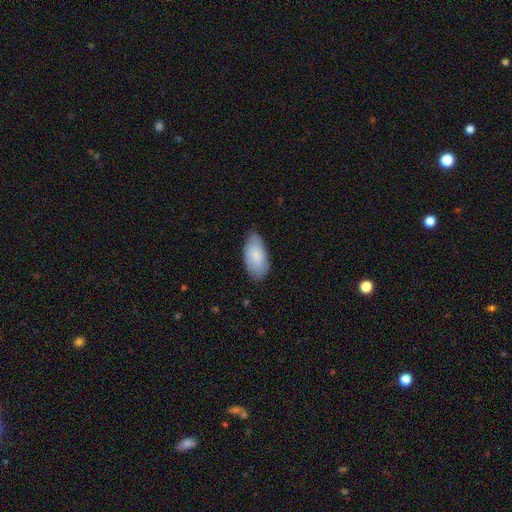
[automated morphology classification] Smooth or featured? smooth (81%)
How rounded? in between (93%)
Merging? none (78%)